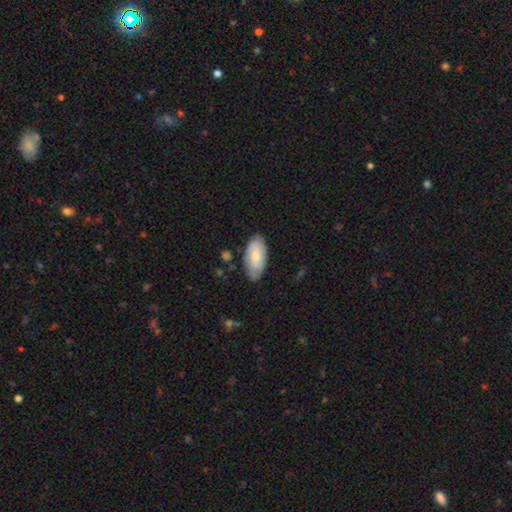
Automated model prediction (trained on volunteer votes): Smooth or featured? smooth (63%)
How rounded? in between (92%)
Merging? none (78%)